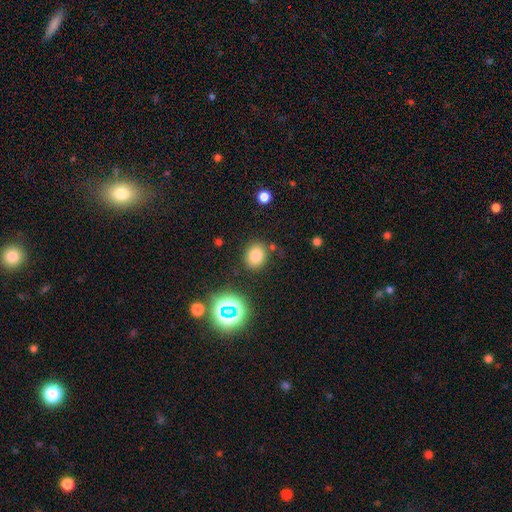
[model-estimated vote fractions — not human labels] This is likely a smooth galaxy (76%). How rounded: likely round (62%). Merging: clearly none (82%).